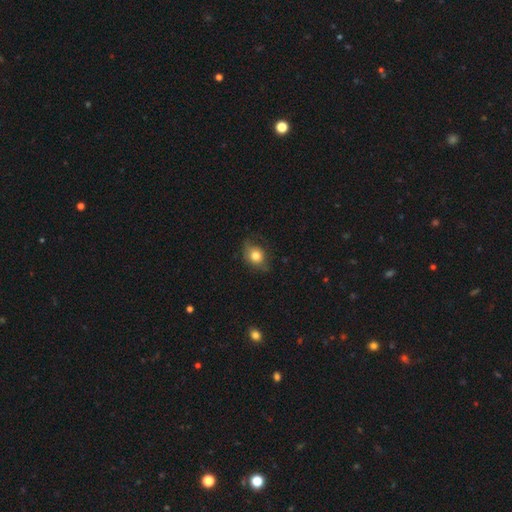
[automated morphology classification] A smooth galaxy with no disk features (77%) that is round (56%).

Vote fractions:
- Smooth or featured? smooth: 77% / featured or disk: 14% / star or artifact: 10%
- How rounded? round: 56% / in between: 43% / cigar-shaped: 1%
- Merging? none: 67% / minor disturbance: 25% / major disturbance: 7% / merger: 1%